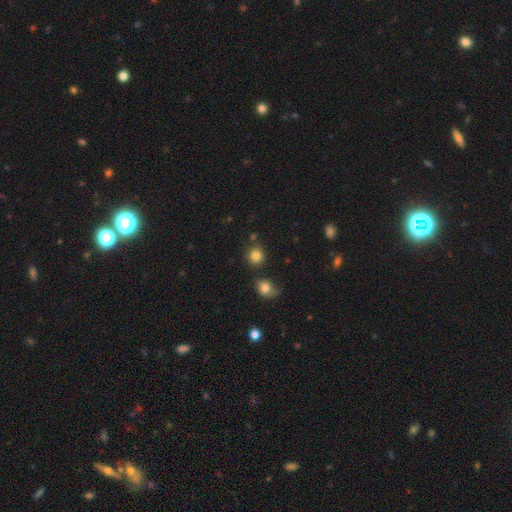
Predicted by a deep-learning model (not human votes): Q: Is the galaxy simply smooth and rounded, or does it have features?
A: smooth — 83%.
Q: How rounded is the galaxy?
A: round — 86%.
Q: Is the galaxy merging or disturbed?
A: none — 76%.